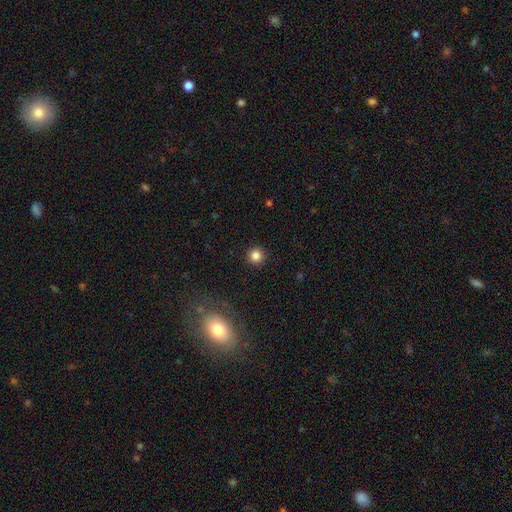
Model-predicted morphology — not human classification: This is clearly a smooth galaxy (84%). How rounded: clearly round (95%). Merging: clearly none (92%).